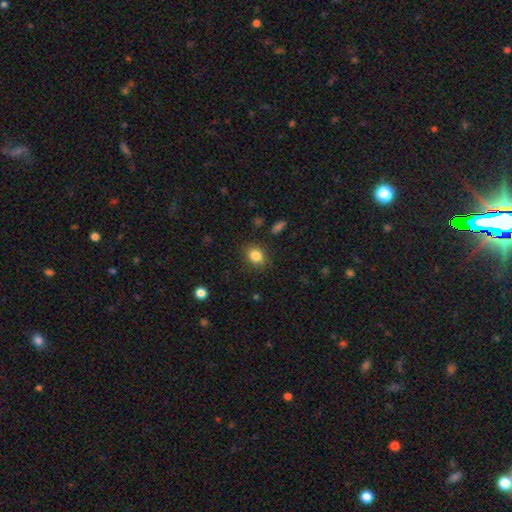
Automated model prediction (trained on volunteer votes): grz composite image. It shows a smooth galaxy with no disk features (84%) that is round (53%). Merging: none (86%).